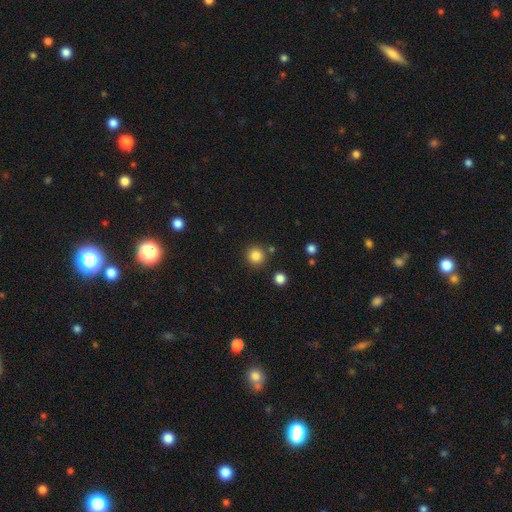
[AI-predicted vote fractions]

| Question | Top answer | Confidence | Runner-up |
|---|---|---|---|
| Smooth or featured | smooth | 84% | star or artifact (11%) |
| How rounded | round | 94% | in between (5%) |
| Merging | none | 87% | minor disturbance (6%) |